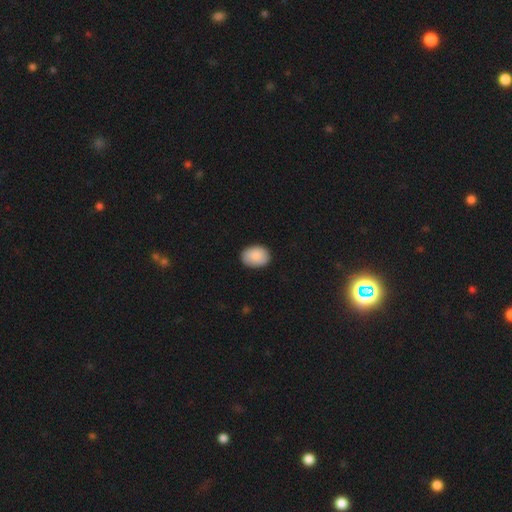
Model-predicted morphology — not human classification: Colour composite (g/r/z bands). It shows a smooth galaxy with no disk features (89%) that is in between round and cigar-shaped (74%). Merging: none (85%).